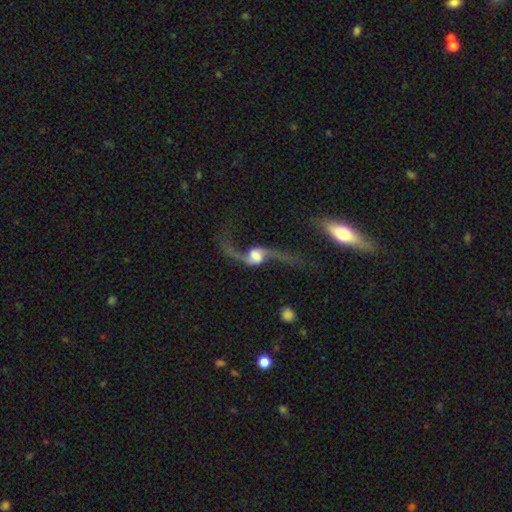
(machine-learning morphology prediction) The model was most divided on "bar": no: 47%, weak: 36%, strong: 17%. Remaining: spiral arms — yes (96%); spiral winding — loose (94%); spiral arm count — 2 (94%); edge-on disk — no (91%); smooth or featured — featured or disk (88%); merging — none (60%); bulge size — large (45%).